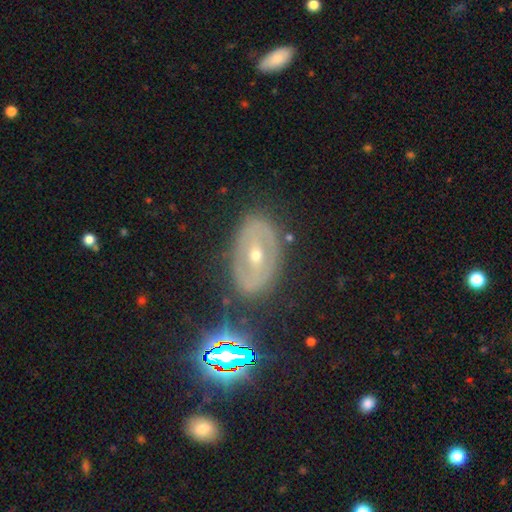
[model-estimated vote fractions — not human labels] A featured or disk galaxy (69%) with no bar (37%), no spiral arms (60%) and a small central bulge (50%). Merging: none (78%).